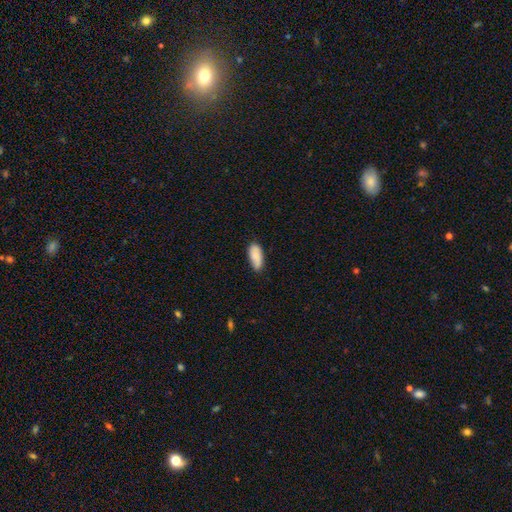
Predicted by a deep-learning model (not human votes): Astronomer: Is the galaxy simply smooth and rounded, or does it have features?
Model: smooth — 86%.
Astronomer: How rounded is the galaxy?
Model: in between — 85%.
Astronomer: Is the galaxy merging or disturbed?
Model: none — 74%.